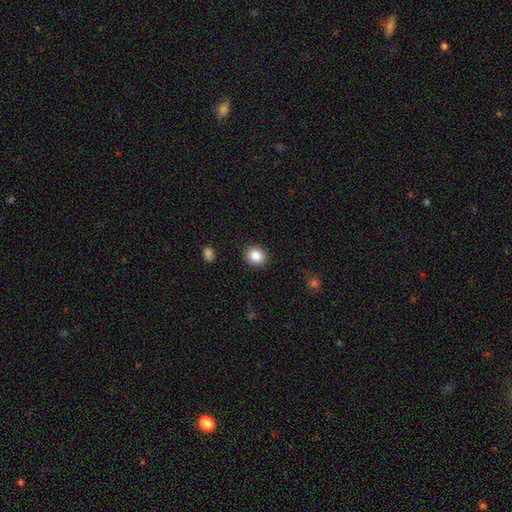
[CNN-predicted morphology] Overall: smooth (85%). How rounded: round (72%). Merging: none (90%).